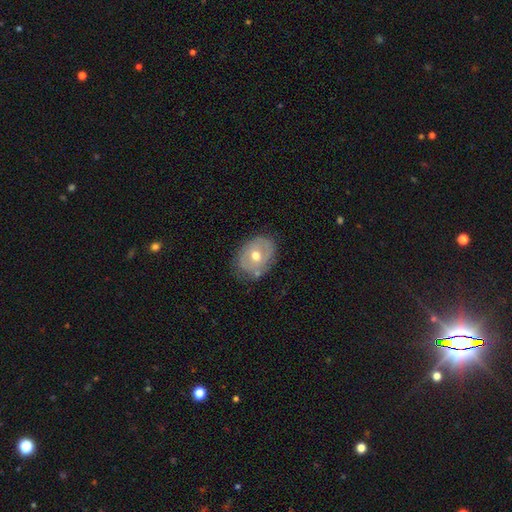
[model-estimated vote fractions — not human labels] featured or disk 53%, smooth 40%, star or artifact 7%. Down the decision tree: edge-on disk — no (94%); merging — none (71%).